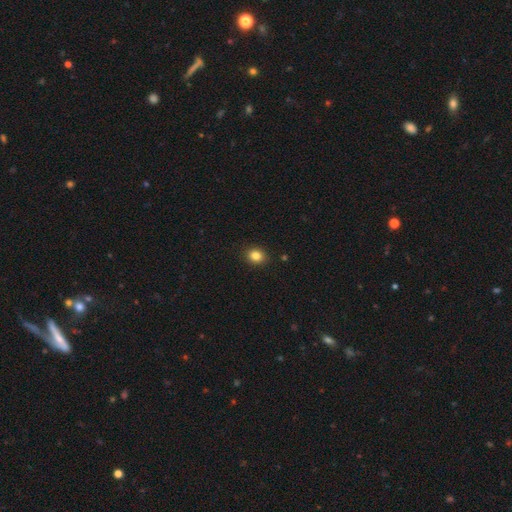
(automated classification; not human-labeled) The model was most divided on "how rounded": round: 59%, in between: 40%, cigar-shaped: 1%. More confident: merging — none (90%); smooth or featured — smooth (84%).